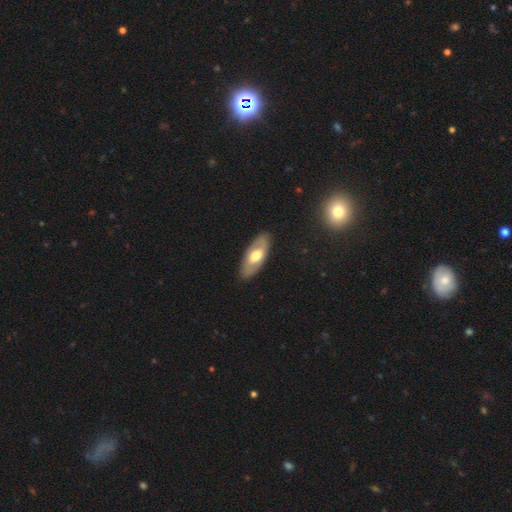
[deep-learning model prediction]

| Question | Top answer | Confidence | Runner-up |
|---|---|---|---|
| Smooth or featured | featured or disk | 48% | smooth (47%) |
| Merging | none | 87% | minor disturbance (9%) |